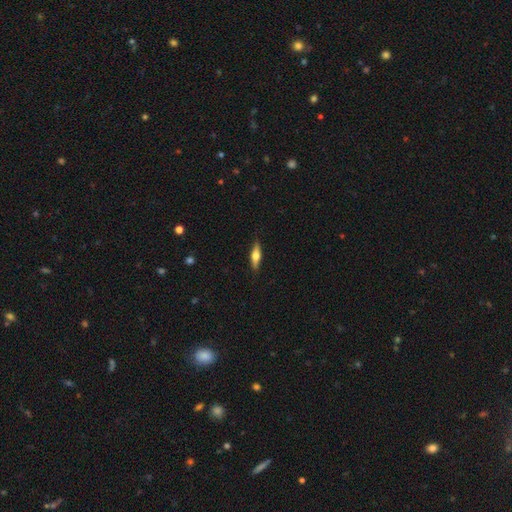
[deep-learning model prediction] Overall: featured or disk (48%; smooth 46%). Merging: none (88%).